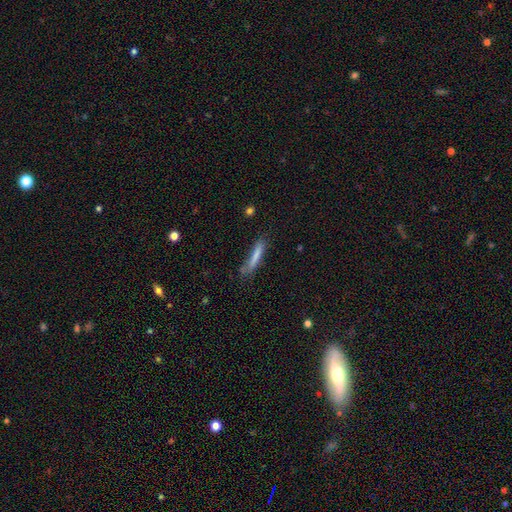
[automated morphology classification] A smooth galaxy with no disk features (76%) that is cigar-shaped (91%).

Vote fractions:
- Smooth or featured? smooth: 76% / featured or disk: 17% / star or artifact: 7%
- How rounded? cigar-shaped: 91% / in between: 8% / round: 1%
- Merging? none: 67% / minor disturbance: 22% / major disturbance: 7% / merger: 4%